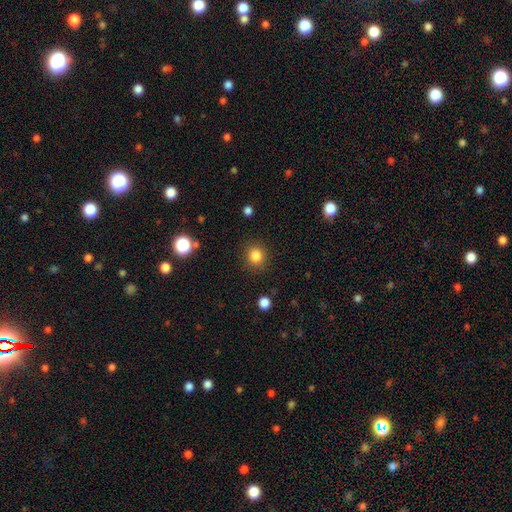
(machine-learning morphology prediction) A smooth galaxy with no disk features (84%) that is round (89%). Merging: none (89%).